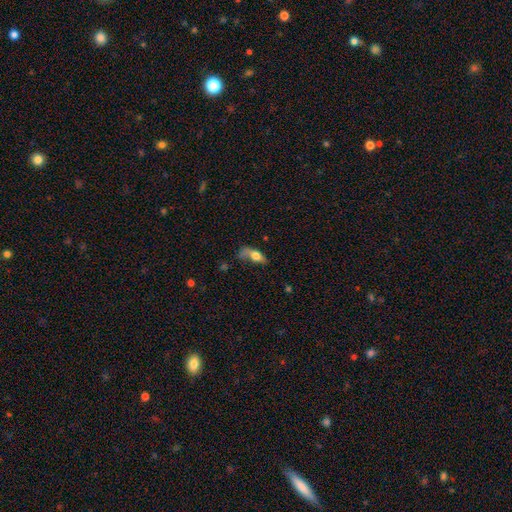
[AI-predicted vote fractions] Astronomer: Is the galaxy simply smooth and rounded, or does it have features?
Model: smooth — 64%.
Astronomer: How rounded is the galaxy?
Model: in between — 71%.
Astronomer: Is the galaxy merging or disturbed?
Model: major disturbance — 33% (runner-up: none, 31%).